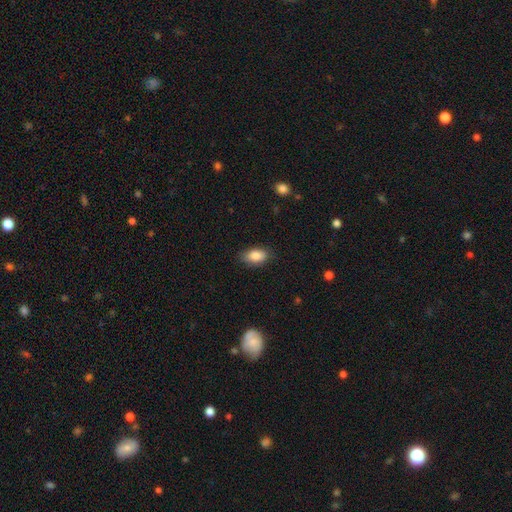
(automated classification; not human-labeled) smooth_or_featured: smooth (p=0.86) [alt: star or artifact p=0.07]
how_rounded: in between (p=0.91) [alt: round p=0.06]
merging: none (p=0.83) [alt: minor disturbance p=0.13]